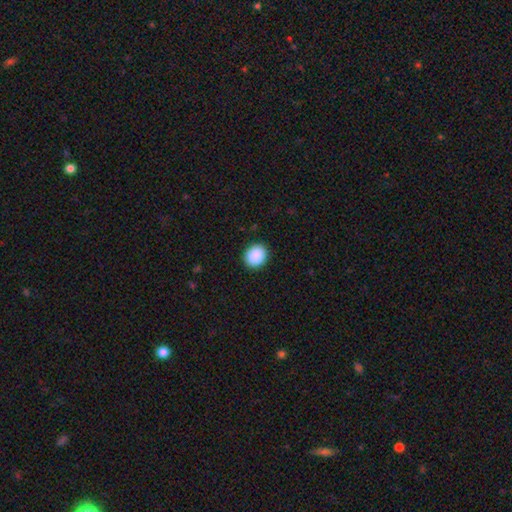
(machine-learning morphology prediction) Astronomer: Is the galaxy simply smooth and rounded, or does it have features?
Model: smooth — 90%.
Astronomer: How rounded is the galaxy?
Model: round — 70%.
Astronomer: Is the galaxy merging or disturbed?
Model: none — 90%.